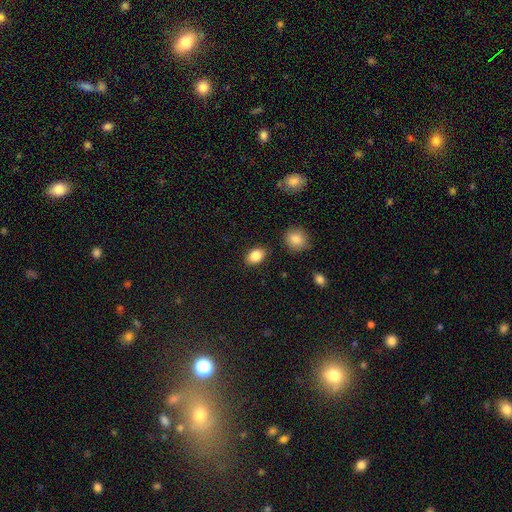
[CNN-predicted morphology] Smooth or featured? Predicted: smooth (p=0.85). How rounded? Predicted: in between (p=0.80). Merging? Predicted: none (p=0.86).